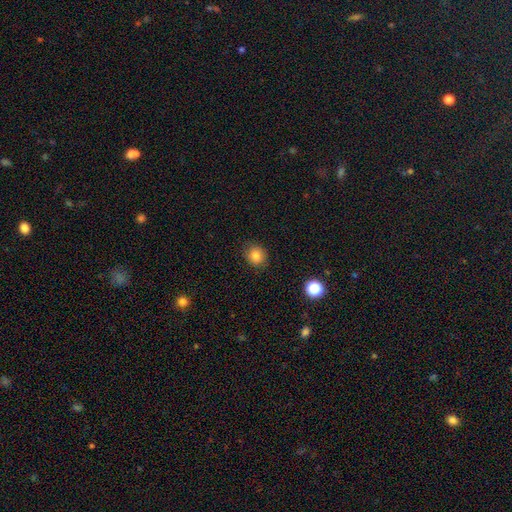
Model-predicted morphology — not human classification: This is clearly a smooth galaxy (82%). How rounded: likely round (80%). Merging: clearly none (88%).